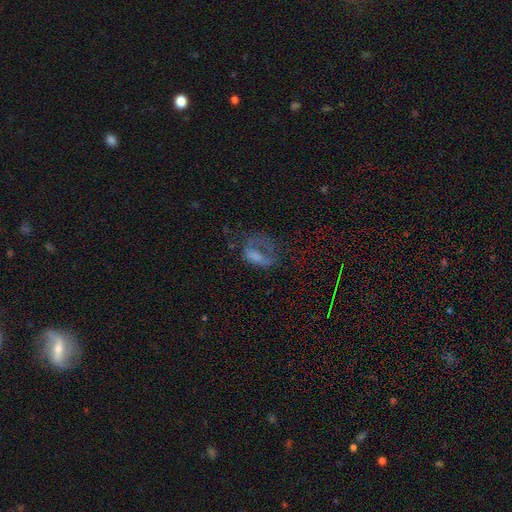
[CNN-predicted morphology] This is possibly a smooth galaxy (48%). Merging: possibly major disturbance (54%).